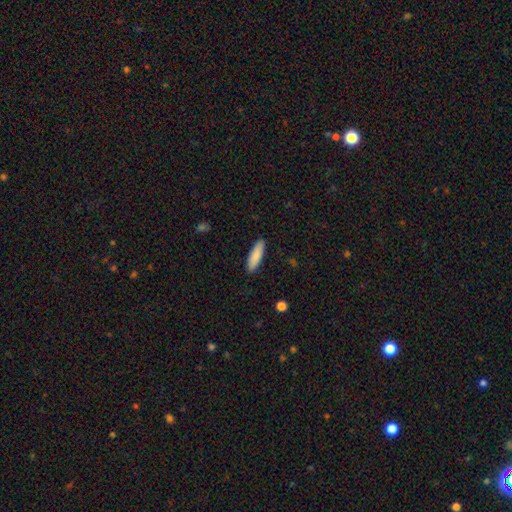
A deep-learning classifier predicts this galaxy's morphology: Smooth or featured? Predicted: smooth (p=0.87). How rounded? Predicted: cigar-shaped (p=0.62). Merging? Predicted: none (p=0.90).